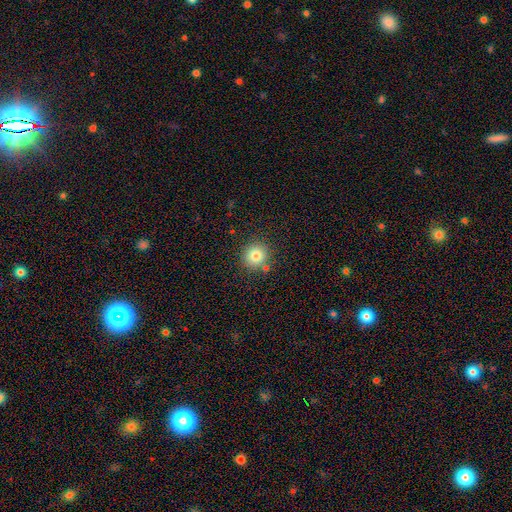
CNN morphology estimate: Overall: smooth (81%). How rounded: round (92%). Merging: none (84%).